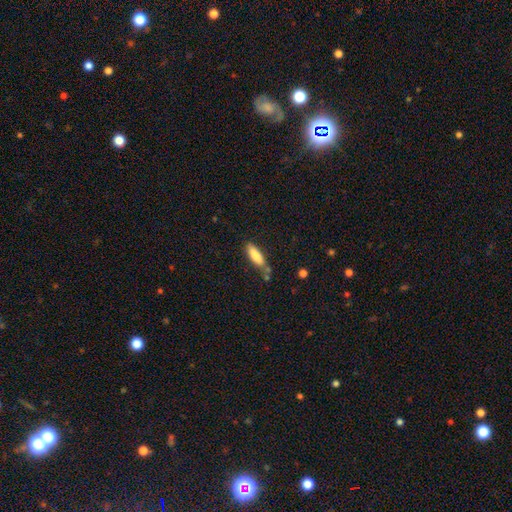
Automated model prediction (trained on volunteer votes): Q: Smooth or featured?
A: smooth (82%); runner-up: featured or disk (11%)
Q: How rounded?
A: cigar-shaped (53%); runner-up: in between (45%)
Q: Merging?
A: none (61%); runner-up: minor disturbance (22%)